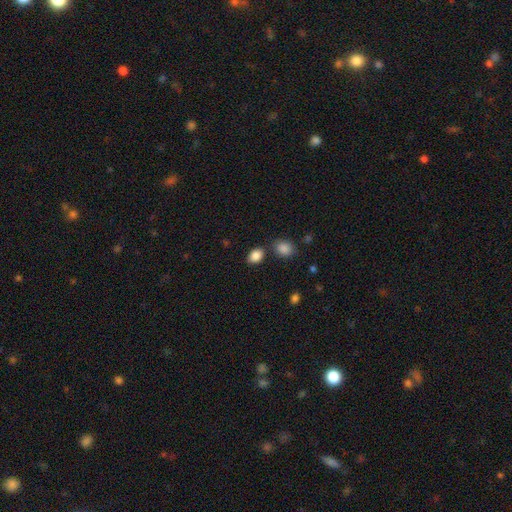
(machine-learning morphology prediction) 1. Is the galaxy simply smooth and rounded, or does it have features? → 87% smooth, 9% star or artifact, 5% featured or disk.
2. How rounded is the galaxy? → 74% in between, 25% round, 1% cigar-shaped.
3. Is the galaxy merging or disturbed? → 75% none, 12% minor disturbance, 10% merger, 3% major disturbance.